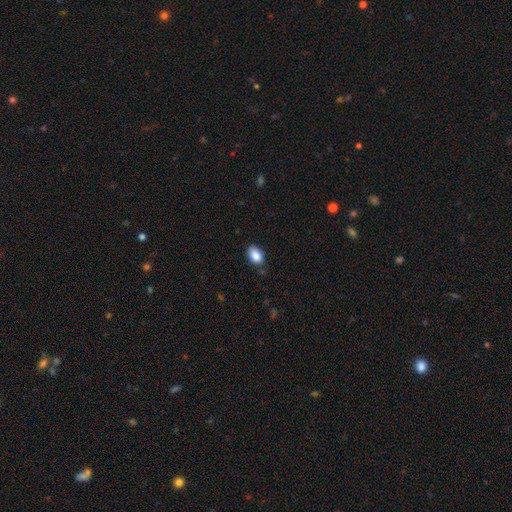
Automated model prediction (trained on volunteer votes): This appears to be a smooth galaxy with no disk features (88%) that is in between round and cigar-shaped (88%). Merging: none (82%).